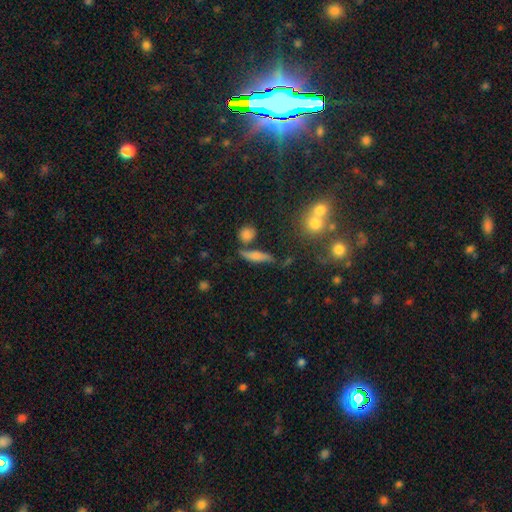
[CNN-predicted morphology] smooth-or-featured: smooth: 52% | featured or disk: 37% | star or artifact: 11%
  how-rounded: cigar-shaped: 72% | in between: 23% | round: 6%
  merging: none: 64% | minor disturbance: 18% | merger: 12% | major disturbance: 6%